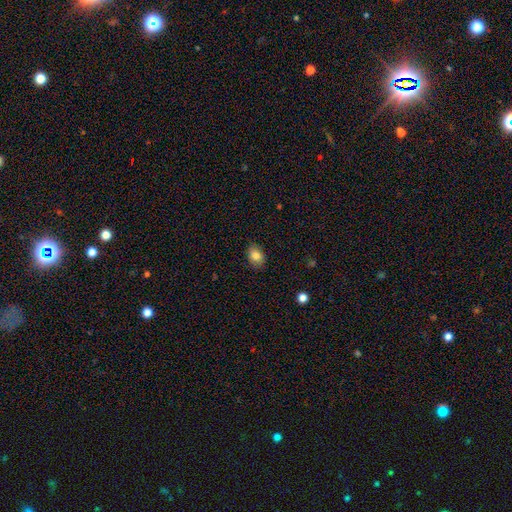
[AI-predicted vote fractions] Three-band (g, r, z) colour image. It shows a smooth galaxy with no disk features (84%) that is in between round and cigar-shaped (69%). Merging: none (83%).